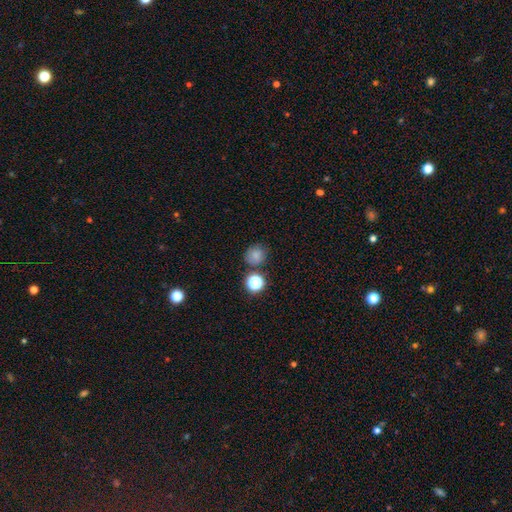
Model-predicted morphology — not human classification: smooth_or_featured: smooth (p=0.78) [alt: star or artifact p=0.16]
how_rounded: round (p=0.85) [alt: in between p=0.14]
merging: none (p=0.77) [alt: minor disturbance p=0.11]